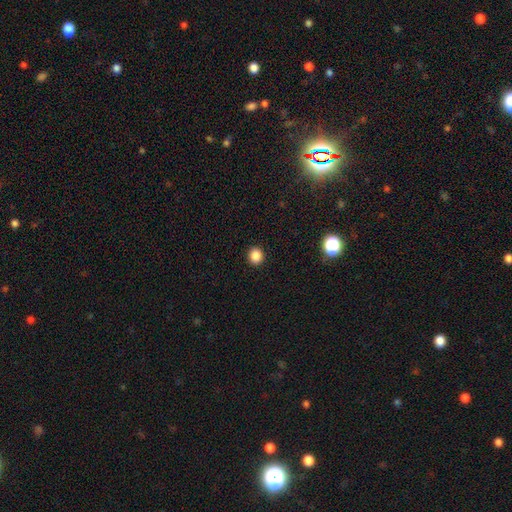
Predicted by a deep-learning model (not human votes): Smooth or featured?
  - smooth: 86% *
  - star or artifact: 11%
  - featured or disk: 3%
How rounded?
  - round: 85% *
  - in between: 14%
  - cigar-shaped: 1%
Merging?
  - none: 93% *
  - minor disturbance: 5%
  - major disturbance: 2%
  - merger: 1%